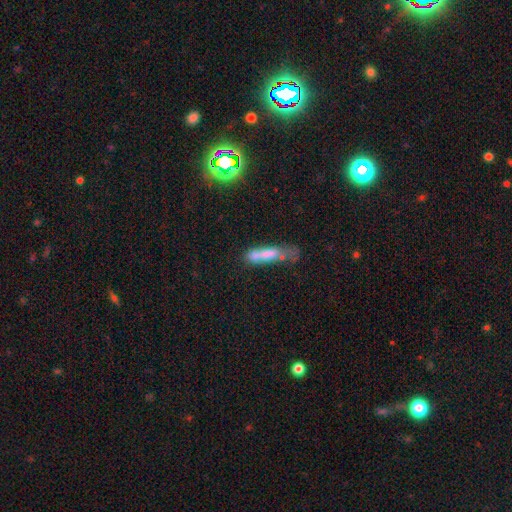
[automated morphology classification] smooth 66%, featured or disk 26%, star or artifact 9%. Down the decision tree: how rounded — cigar-shaped (78%); merging — none (34%).